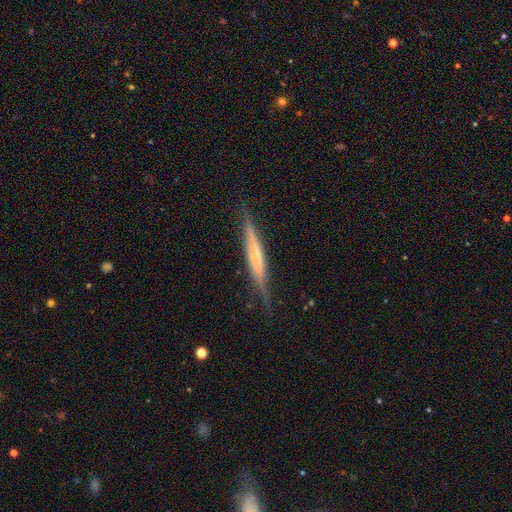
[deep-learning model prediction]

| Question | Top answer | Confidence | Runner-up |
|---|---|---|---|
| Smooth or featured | featured or disk | 63% | smooth (31%) |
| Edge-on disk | yes | 95% | no (5%) |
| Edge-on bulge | none | 53% | rounded (26%) |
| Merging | none | 80% | minor disturbance (15%) |